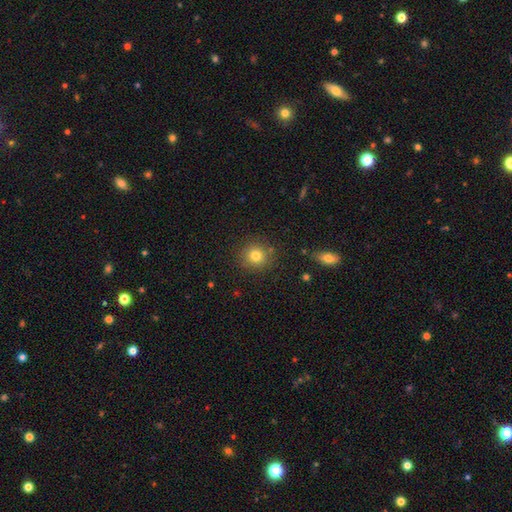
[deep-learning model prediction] The model was most divided on "smooth or featured": smooth: 79%, star or artifact: 13%, featured or disk: 8%. More confident: how rounded — round (90%); merging — none (86%).